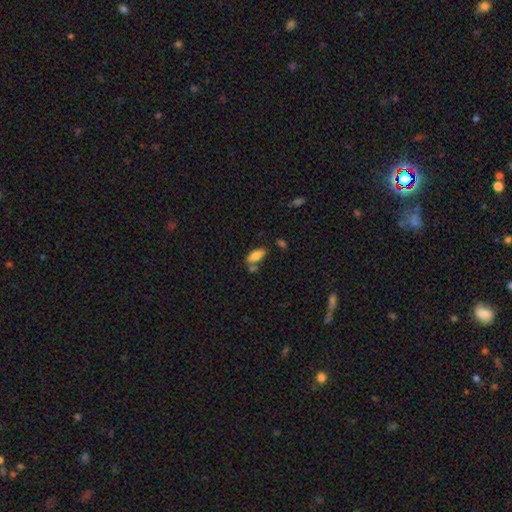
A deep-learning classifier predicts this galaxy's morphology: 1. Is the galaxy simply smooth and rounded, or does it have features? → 81% smooth, 11% featured or disk, 7% star or artifact.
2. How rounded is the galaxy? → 86% in between, 11% cigar-shaped, 2% round.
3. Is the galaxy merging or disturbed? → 63% none, 17% merger, 15% minor disturbance, 4% major disturbance.